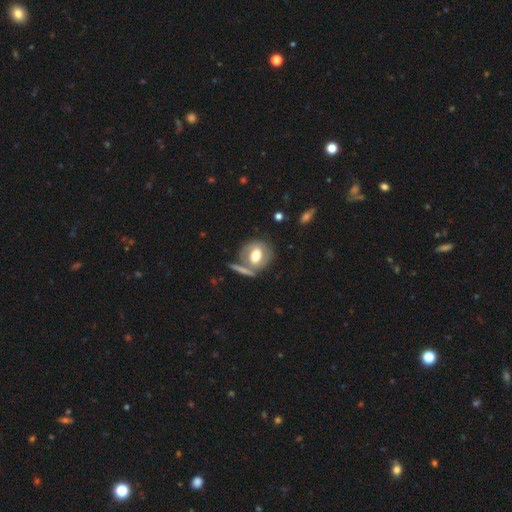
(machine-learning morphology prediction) This is possibly a smooth galaxy (54%). How rounded: likely round (63%). Merging: possibly none (59%).